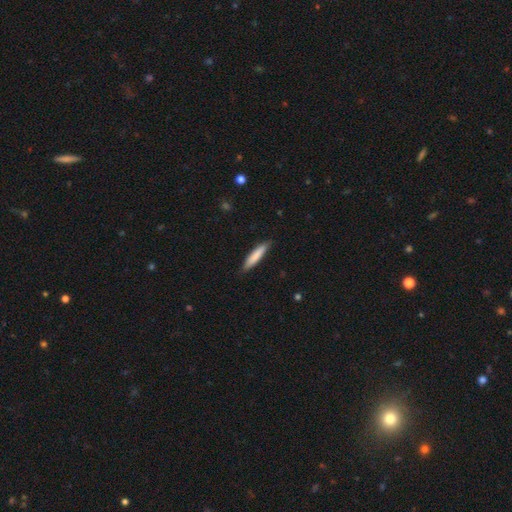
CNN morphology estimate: smooth 80%, featured or disk 14%, star or artifact 5%. Down the decision tree: how rounded — cigar-shaped (87%); merging — none (86%).